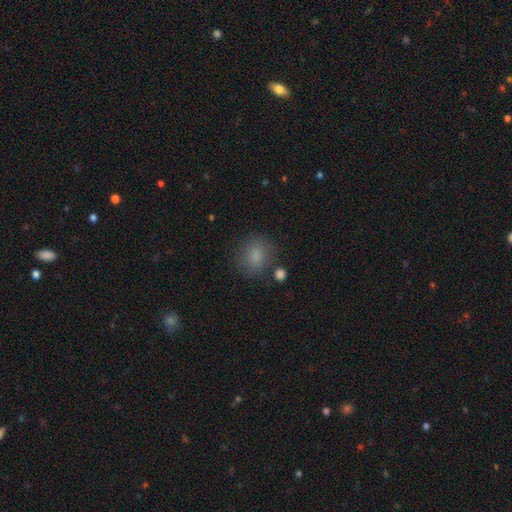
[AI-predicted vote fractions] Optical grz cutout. It shows a smooth galaxy with no disk features (82%) that is round (66%). Merging: none (76%).